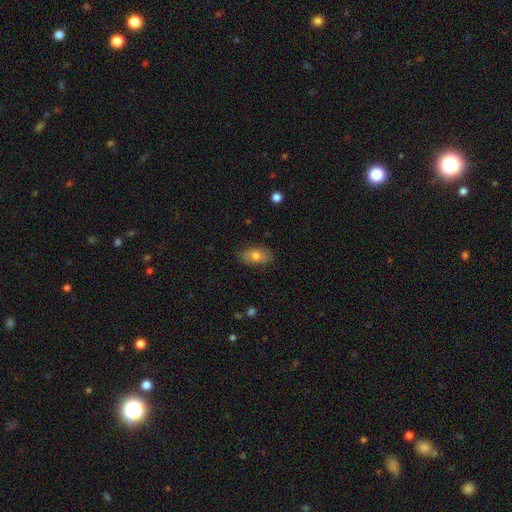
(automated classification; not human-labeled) Overall: smooth (73%). How rounded: in between (91%). Merging: none (81%).